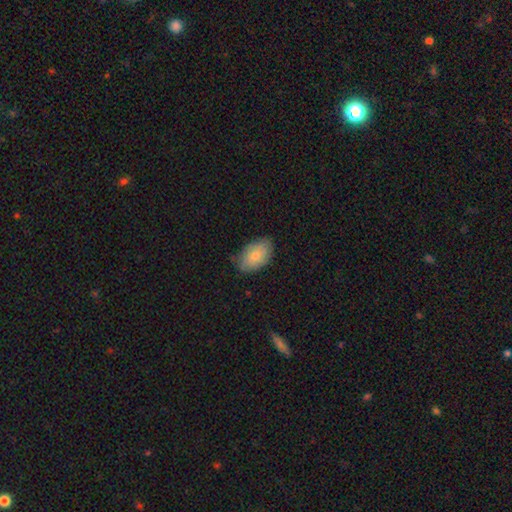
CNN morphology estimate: smooth_or_featured: smooth (p=0.79) [alt: featured or disk p=0.15]
how_rounded: in between (p=0.93) [alt: round p=0.06]
merging: none (p=0.74) [alt: minor disturbance p=0.21]